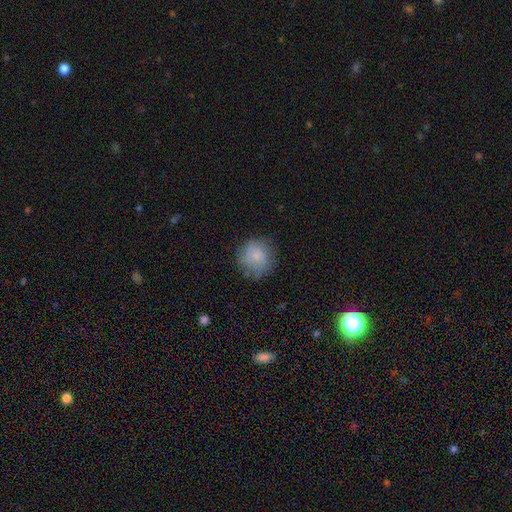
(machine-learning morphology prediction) This is likely a smooth galaxy (79%). How rounded: clearly round (88%). Merging: likely none (70%).